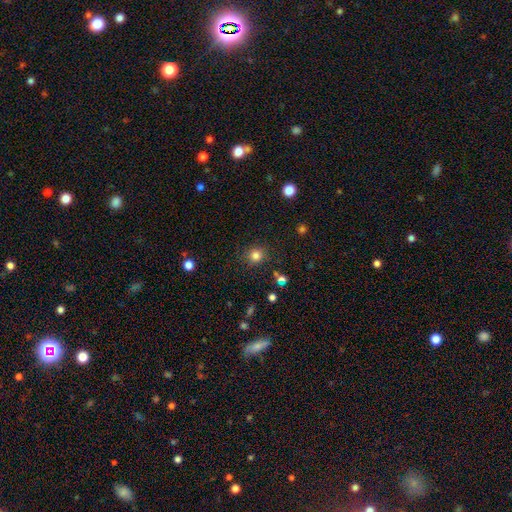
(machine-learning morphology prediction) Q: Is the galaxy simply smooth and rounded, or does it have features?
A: smooth — 82%.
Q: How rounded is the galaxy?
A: round — 88%.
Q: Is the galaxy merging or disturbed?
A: none — 86%.